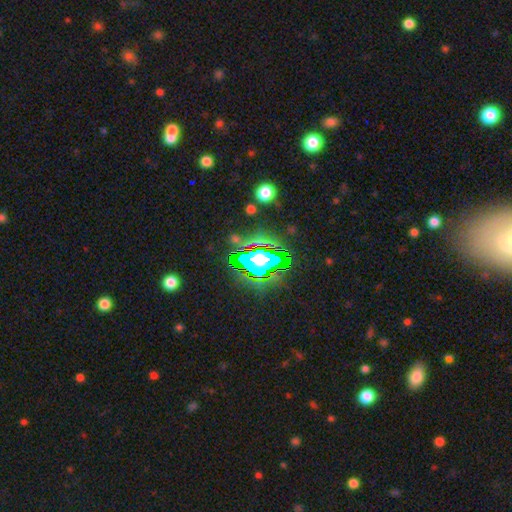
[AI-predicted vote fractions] Overall: star or artifact (62%; smooth 23%).